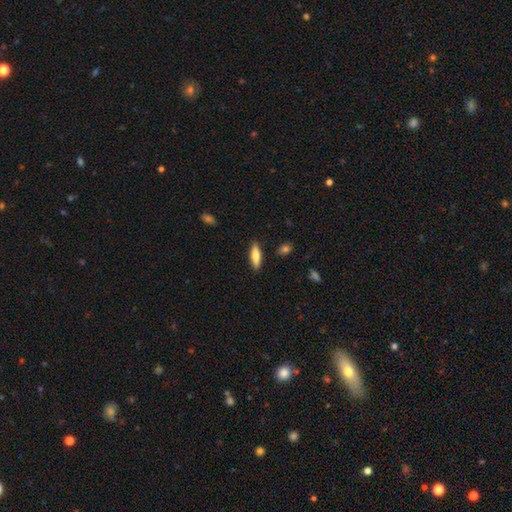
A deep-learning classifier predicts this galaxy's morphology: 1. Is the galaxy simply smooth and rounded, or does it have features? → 70% smooth, 23% featured or disk, 6% star or artifact.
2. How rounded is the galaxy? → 55% cigar-shaped, 43% in between, 2% round.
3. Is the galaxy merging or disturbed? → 87% none, 10% minor disturbance, 2% major disturbance, 2% merger.